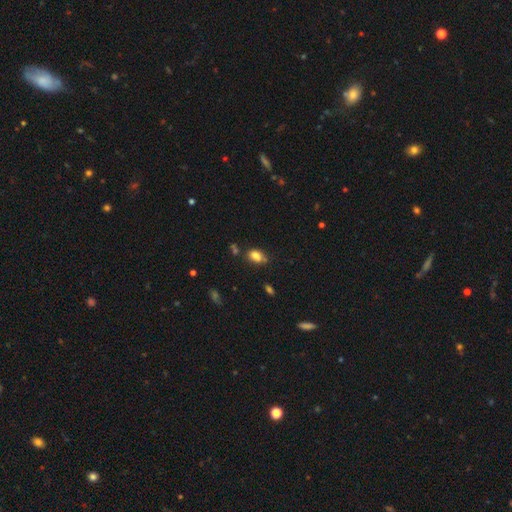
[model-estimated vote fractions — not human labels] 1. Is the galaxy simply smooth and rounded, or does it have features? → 81% smooth, 11% star or artifact, 8% featured or disk.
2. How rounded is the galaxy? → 79% in between, 19% round, 2% cigar-shaped.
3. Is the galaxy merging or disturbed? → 60% none, 23% minor disturbance, 12% merger, 6% major disturbance.